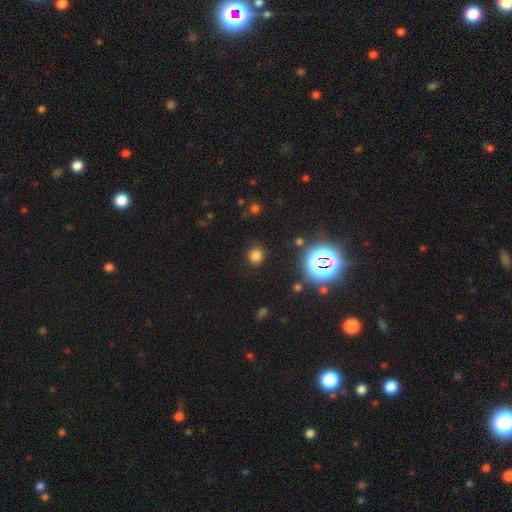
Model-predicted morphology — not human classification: This appears to be a smooth galaxy with no disk features (74%) that is round (89%). Merging: none (88%).